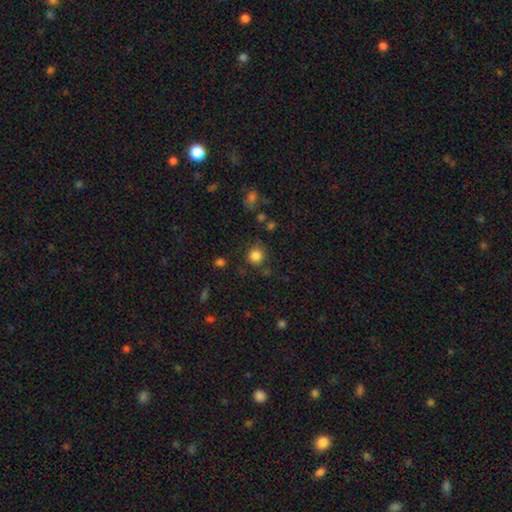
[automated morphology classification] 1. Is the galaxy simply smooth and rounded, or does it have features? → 84% smooth, 12% star or artifact, 5% featured or disk.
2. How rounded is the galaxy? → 88% round, 11% in between, 1% cigar-shaped.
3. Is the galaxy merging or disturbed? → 79% none, 13% minor disturbance, 4% major disturbance, 4% merger.